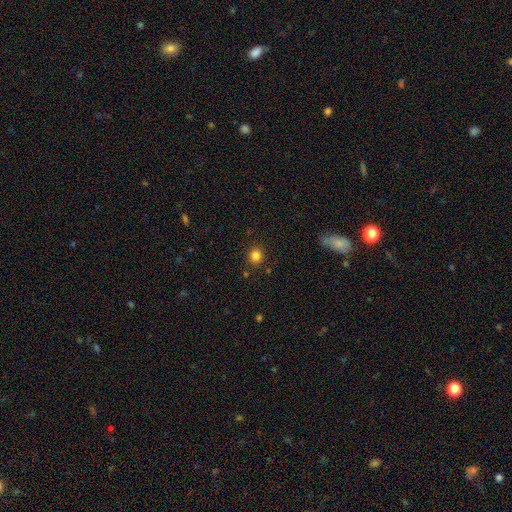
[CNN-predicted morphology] This appears to be a smooth galaxy with no disk features (82%) that is round (86%). Merging: none (88%).